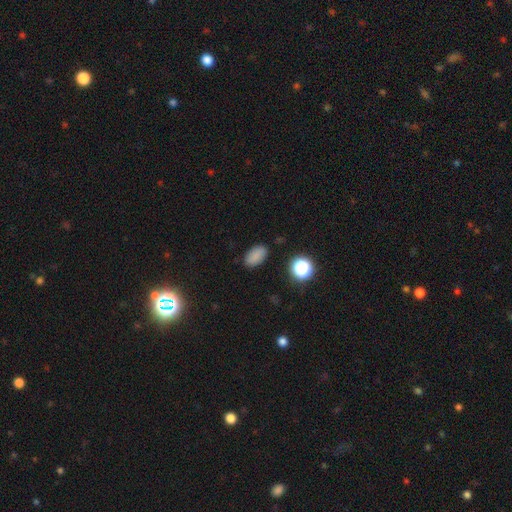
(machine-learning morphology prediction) A smooth galaxy with no disk features (82%) that is in between round and cigar-shaped (90%).

Vote fractions:
- Smooth or featured? smooth: 82% / star or artifact: 13% / featured or disk: 5%
- How rounded? in between: 90% / round: 7% / cigar-shaped: 2%
- Merging? none: 85% / minor disturbance: 11% / major disturbance: 3% / merger: 2%